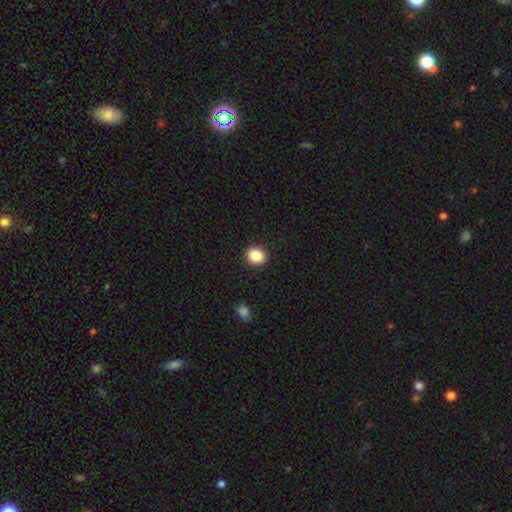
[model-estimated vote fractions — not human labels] smooth 87%, star or artifact 9%, featured or disk 4%. Down the decision tree: how rounded — round (69%); merging — none (91%).